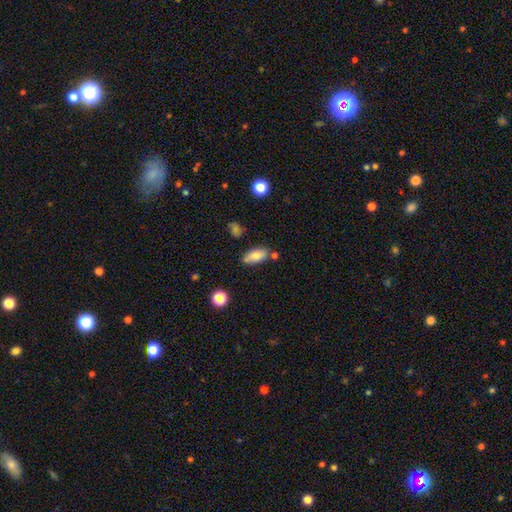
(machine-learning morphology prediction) smooth-or-featured: smooth: 79% | featured or disk: 13% | star or artifact: 8%
  how-rounded: in between: 88% | cigar-shaped: 9% | round: 3%
  merging: none: 72% | minor disturbance: 16% | merger: 9% | major disturbance: 3%